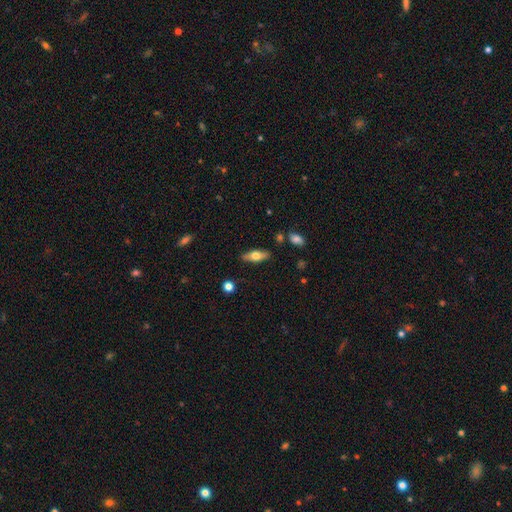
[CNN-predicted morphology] A smooth galaxy with no disk features (59%) that is in between round and cigar-shaped (68%). Merging: none (84%).